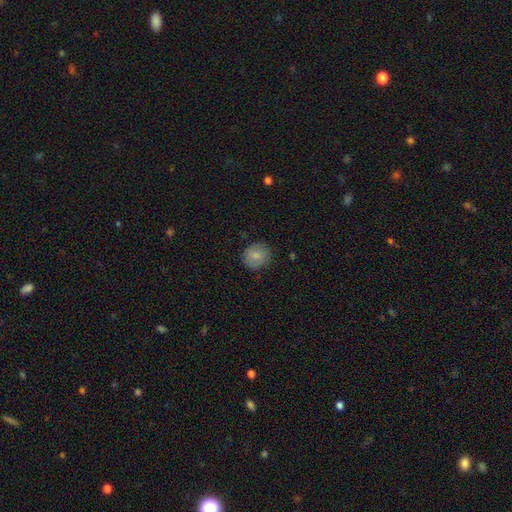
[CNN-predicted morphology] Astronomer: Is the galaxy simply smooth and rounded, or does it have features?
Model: smooth — 80%.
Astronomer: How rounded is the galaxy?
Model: round — 80%.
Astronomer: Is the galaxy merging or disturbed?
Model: none — 84%.